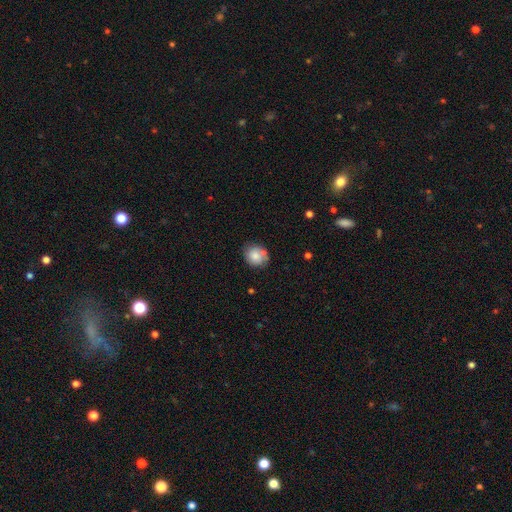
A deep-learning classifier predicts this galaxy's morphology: A smooth galaxy with no disk features (76%) that is round (70%).

Vote fractions:
- Smooth or featured? smooth: 76% / featured or disk: 16% / star or artifact: 8%
- How rounded? round: 70% / in between: 29% / cigar-shaped: 1%
- Merging? none: 65% / minor disturbance: 21% / merger: 9% / major disturbance: 5%